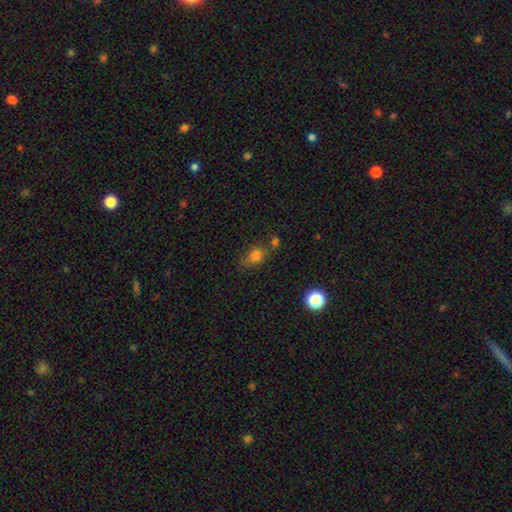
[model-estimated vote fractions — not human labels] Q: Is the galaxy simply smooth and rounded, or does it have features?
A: smooth — 75%.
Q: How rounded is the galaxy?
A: in between — 68%.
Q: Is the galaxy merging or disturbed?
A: none — 50%.